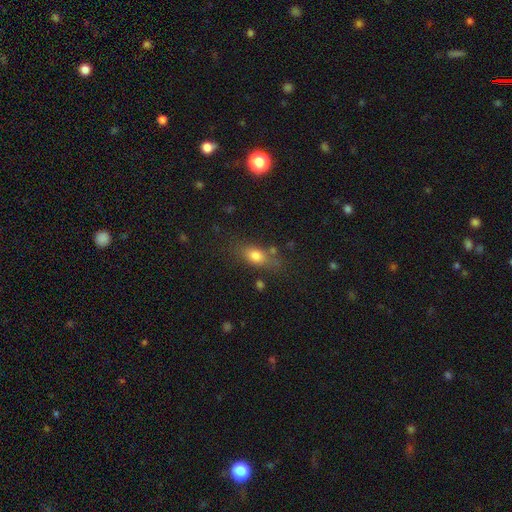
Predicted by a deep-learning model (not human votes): Q: Smooth or featured?
A: smooth (75%); runner-up: featured or disk (14%)
Q: How rounded?
A: in between (72%); runner-up: cigar-shaped (15%)
Q: Merging?
A: none (68%); runner-up: minor disturbance (19%)